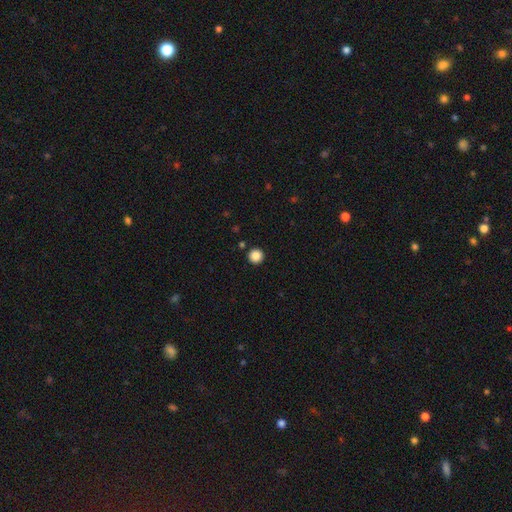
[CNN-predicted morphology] Smooth or featured? Predicted: smooth (p=0.86). How rounded? Predicted: round (p=0.96). Merging? Predicted: none (p=0.93).